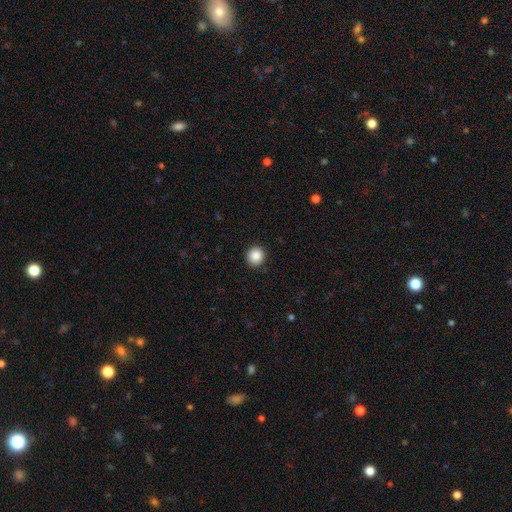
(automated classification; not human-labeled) Morphology: type=smooth (88%); roundness=round (91%); merging=none (91%).